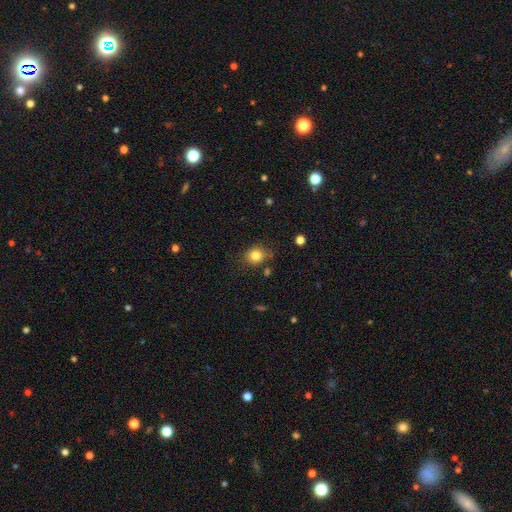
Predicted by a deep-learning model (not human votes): Smooth or featured? smooth (82%)
How rounded? round (69%)
Merging? none (79%)